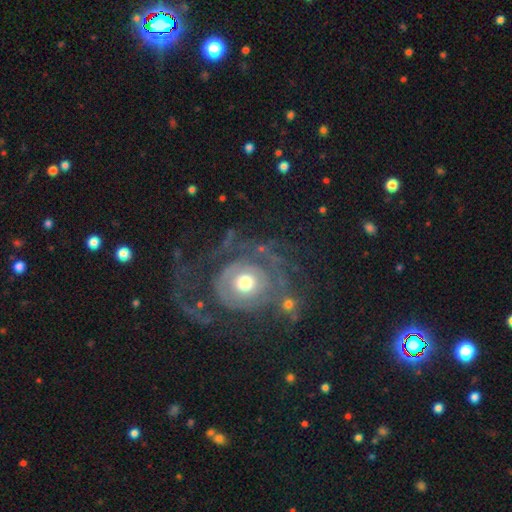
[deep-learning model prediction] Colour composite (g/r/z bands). It shows a featured or disk galaxy (74%) with no bar (84%), spiral arms (70%) and a moderate central bulge (60%). Merging: none (57%).